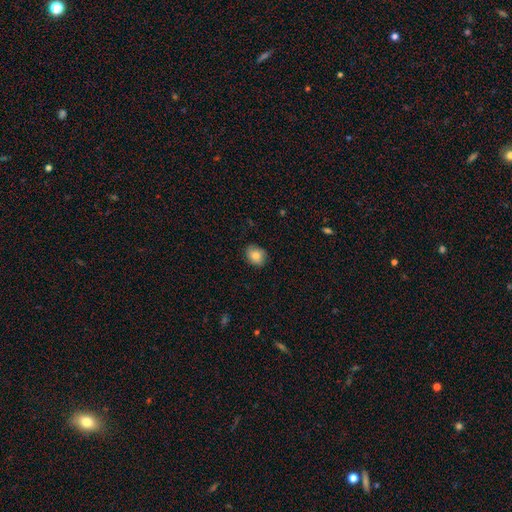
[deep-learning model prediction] A smooth galaxy with no disk features (82%) that is round (59%). Merging: none (83%).